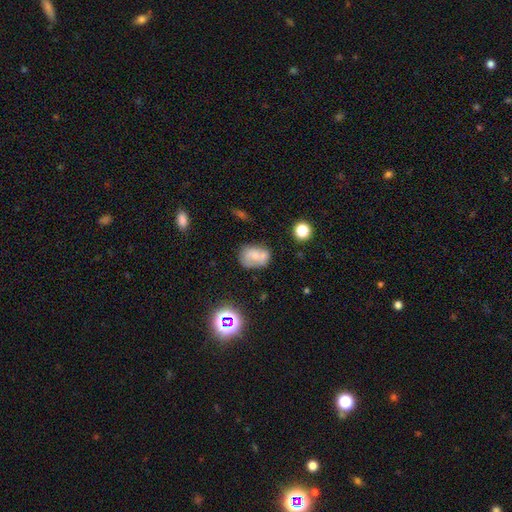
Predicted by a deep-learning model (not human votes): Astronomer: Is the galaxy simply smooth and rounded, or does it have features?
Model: smooth — 64%.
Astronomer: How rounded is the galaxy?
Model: in between — 68%.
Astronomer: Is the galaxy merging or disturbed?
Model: none — 47% (runner-up: minor disturbance, 22%).